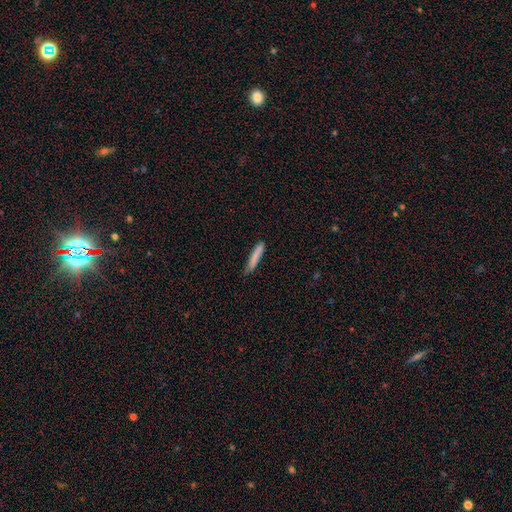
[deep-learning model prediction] This is clearly a smooth galaxy (82%). How rounded: clearly cigar-shaped (93%). Merging: likely none (79%).